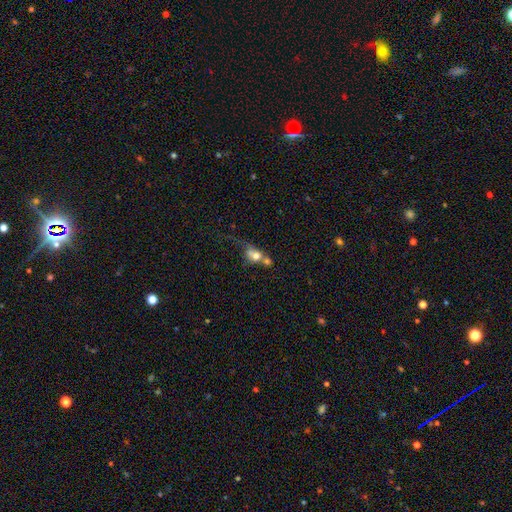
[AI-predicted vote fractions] A smooth galaxy with no disk features (64%) that is in between round and cigar-shaped (48%). Merging: merger (64%).